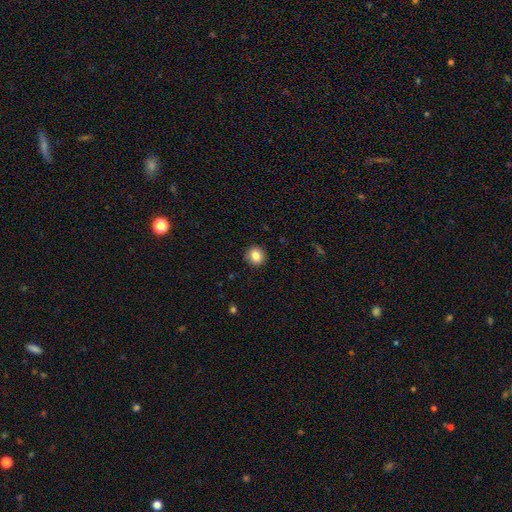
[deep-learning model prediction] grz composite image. It shows a smooth galaxy with no disk features (85%) that is round (87%). Merging: none (91%).